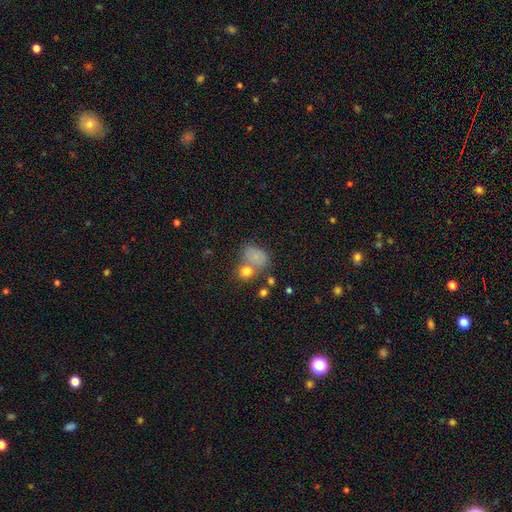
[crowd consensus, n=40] Smooth or featured? smooth (82%)
How rounded? in between (82%)
Merging? none (61%)